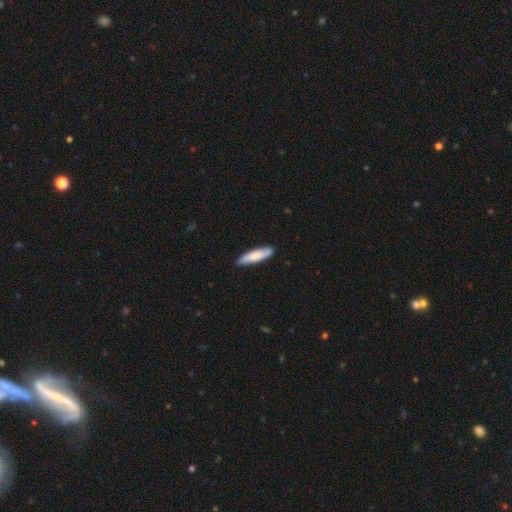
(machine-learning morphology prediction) This is likely a smooth galaxy (76%). How rounded: likely cigar-shaped (72%). Merging: clearly none (85%).